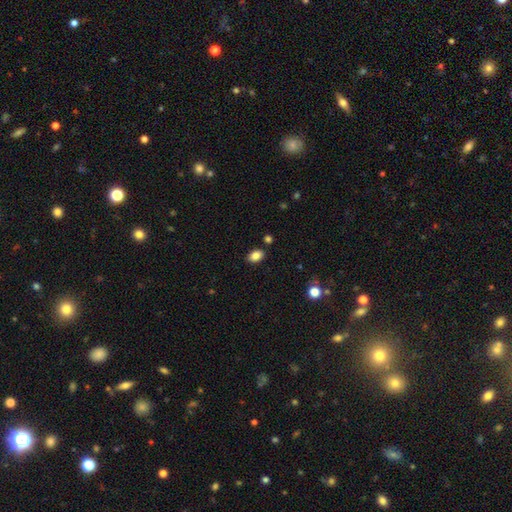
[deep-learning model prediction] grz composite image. It shows a smooth galaxy with no disk features (85%) that is in between round and cigar-shaped (85%). Merging: none (86%).